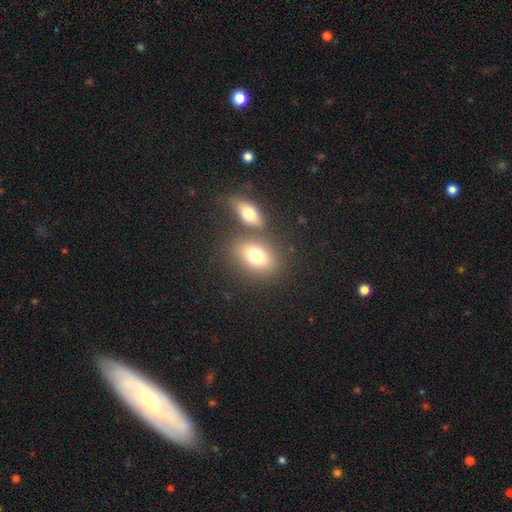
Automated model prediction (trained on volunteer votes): A smooth galaxy with no disk features (75%) that is in between round and cigar-shaped (80%).

Vote fractions:
- Smooth or featured? smooth: 75% / featured or disk: 16% / star or artifact: 9%
- How rounded? in between: 80% / round: 17% / cigar-shaped: 3%
- Merging? none: 61% / merger: 25% / minor disturbance: 10% / major disturbance: 4%